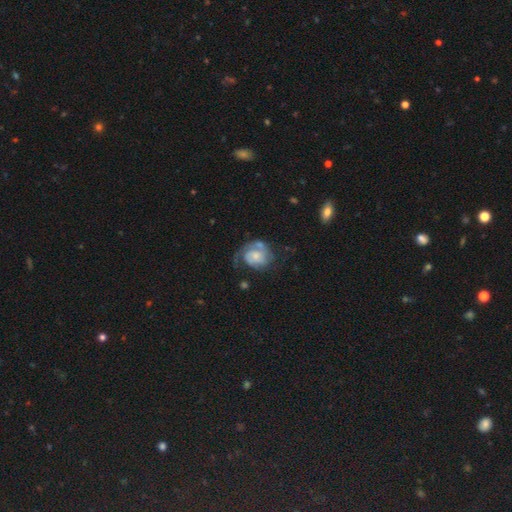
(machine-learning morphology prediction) featured or disk 70%, smooth 23%, star or artifact 6%. Down the decision tree: edge-on disk — no (98%); bar — no (70%); spiral arms — yes (88%); spiral arm count — 2 (42%); spiral winding — tight (48%); bulge size — small (48%); merging — none (45%).